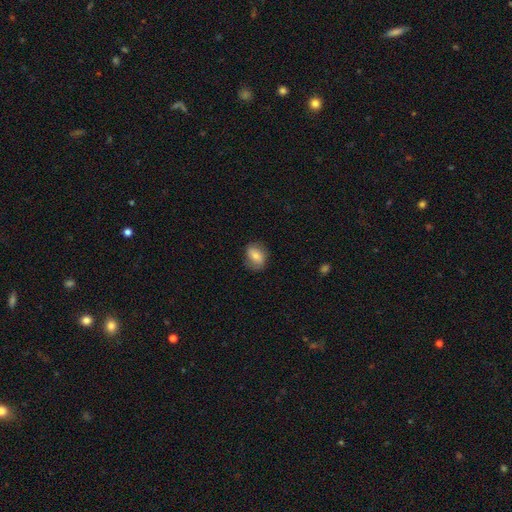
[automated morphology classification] type=smooth (70%); roundness=in between (63%); merging=none (75%).